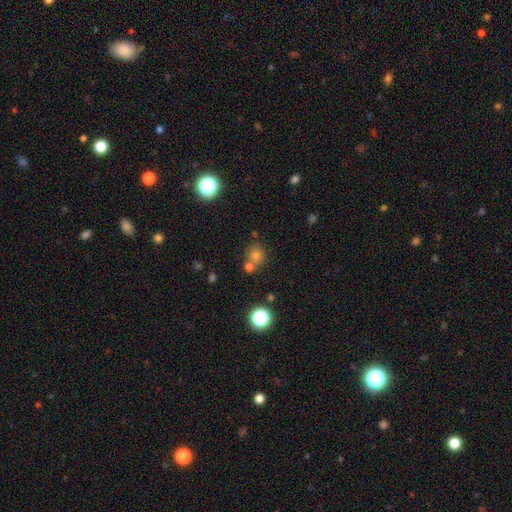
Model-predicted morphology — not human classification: Smooth or featured?
  - smooth: 70% *
  - star or artifact: 21%
  - featured or disk: 9%
How rounded?
  - round: 83% *
  - in between: 16%
  - cigar-shaped: 1%
Merging?
  - none: 62% *
  - merger: 26%
  - minor disturbance: 9%
  - major disturbance: 3%